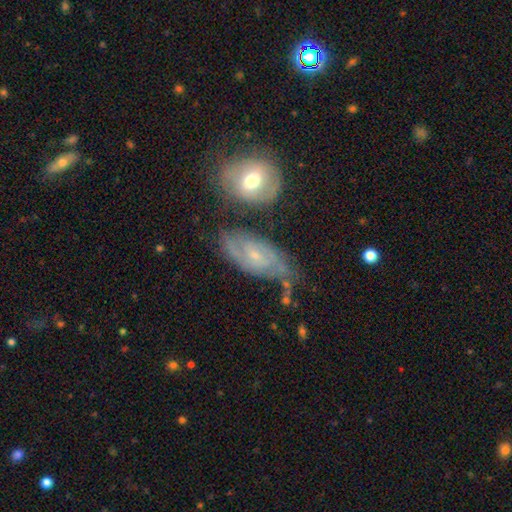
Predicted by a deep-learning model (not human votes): Smooth or featured?
  - featured or disk: 72% *
  - smooth: 20%
  - star or artifact: 8%
Edge-on disk?
  - no: 94% *
  - yes: 6%
Bar?
  - no: 49% *
  - weak: 42%
  - strong: 9%
Spiral arms?
  - yes: 88% *
  - no: 12%
Spiral winding?
  - tight: 47% *
  - medium: 39%
  - loose: 14%
Spiral arm count?
  - 2: 58% *
  - can't tell: 27%
  - 3: 7%
  - 1: 3%
  - 4: 3%
  - more than 4: 2%
Bulge size?
  - small: 69% *
  - moderate: 25%
  - none: 4%
  - large: 1%
  - dominant: 1%
Merging?
  - none: 56% *
  - minor disturbance: 24%
  - merger: 10%
  - major disturbance: 9%